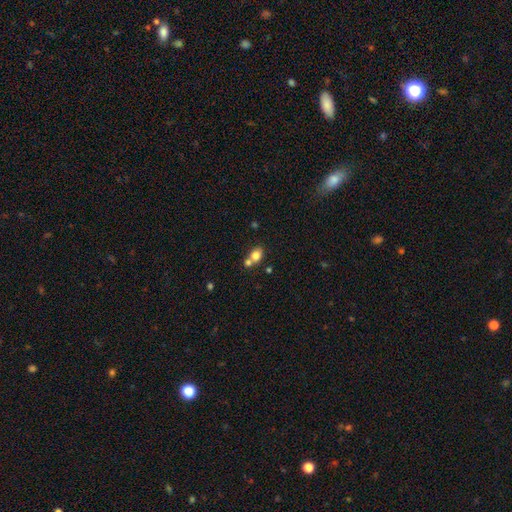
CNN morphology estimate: Smooth or featured? Predicted: smooth (p=0.78). How rounded? Predicted: in between (p=0.50). Merging? Predicted: merger (p=0.46).